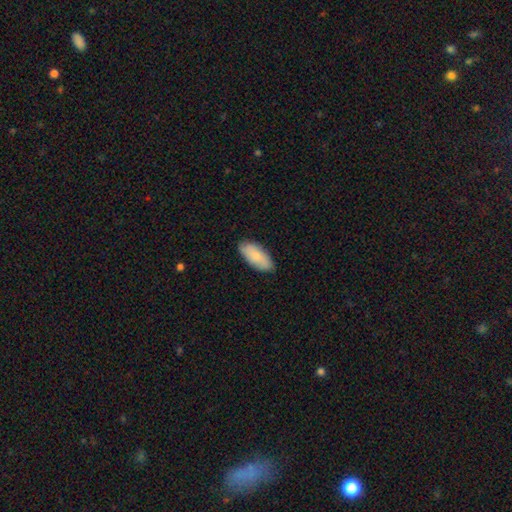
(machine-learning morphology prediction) Q: Smooth or featured?
A: smooth (84%); runner-up: featured or disk (11%)
Q: How rounded?
A: in between (88%); runner-up: cigar-shaped (10%)
Q: Merging?
A: none (84%); runner-up: minor disturbance (13%)